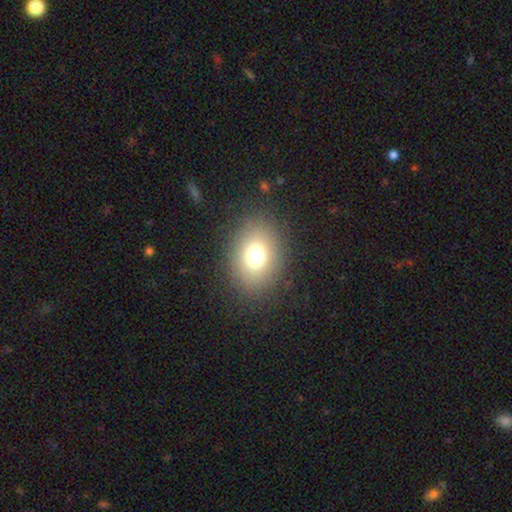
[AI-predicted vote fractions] smooth_or_featured: smooth (p=0.71) [alt: star or artifact p=0.17]
how_rounded: in between (p=0.53) [alt: round p=0.46]
merging: none (p=0.85) [alt: minor disturbance p=0.08]